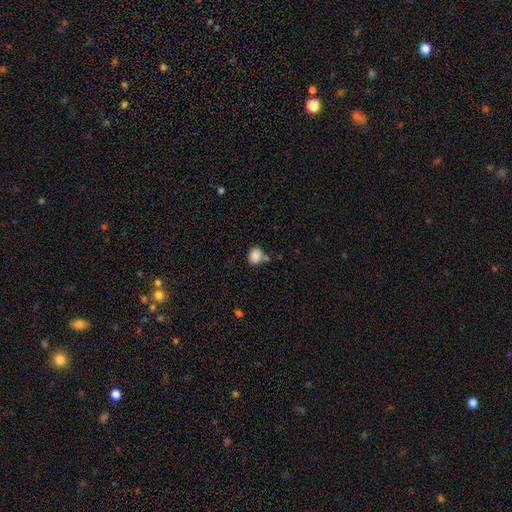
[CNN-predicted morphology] The model was most divided on "how rounded": in between: 50%, round: 49%, cigar-shaped: 1%. More confident: smooth or featured — smooth (85%); merging — none (58%).